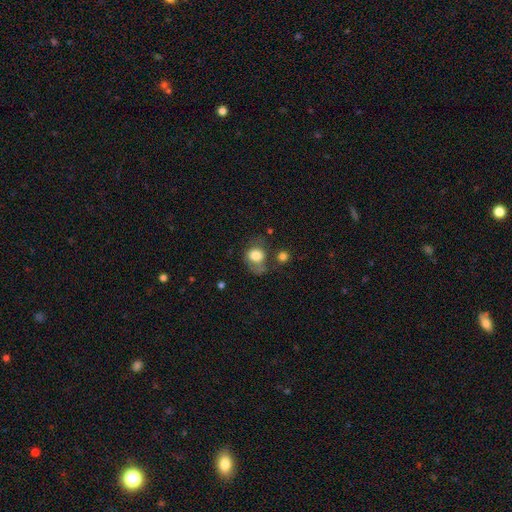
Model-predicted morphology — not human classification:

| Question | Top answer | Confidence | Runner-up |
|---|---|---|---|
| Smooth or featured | smooth | 77% | featured or disk (14%) |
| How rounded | round | 61% | in between (38%) |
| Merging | none | 43% | minor disturbance (24%) |